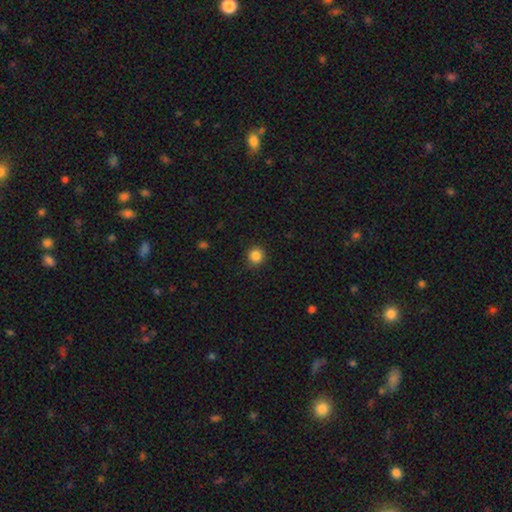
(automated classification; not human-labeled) smooth-or-featured: smooth: 86% | star or artifact: 11% | featured or disk: 3%
  how-rounded: round: 93% | in between: 6% | cigar-shaped: 1%
  merging: none: 91% | minor disturbance: 6% | major disturbance: 2% | merger: 1%